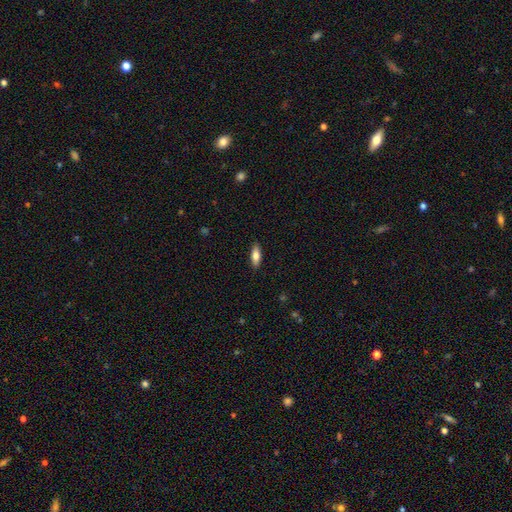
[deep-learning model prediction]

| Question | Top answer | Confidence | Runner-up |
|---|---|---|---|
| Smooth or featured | smooth | 77% | featured or disk (17%) |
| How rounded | in between | 67% | cigar-shaped (31%) |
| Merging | none | 89% | minor disturbance (9%) |